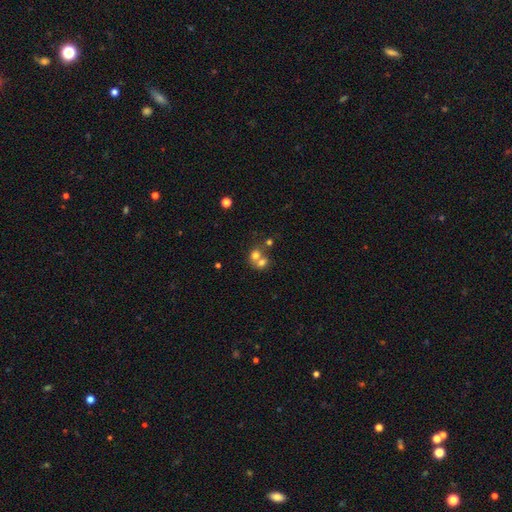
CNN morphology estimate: This is likely a smooth galaxy (67%). How rounded: likely round (68%). Merging: likely merger (62%).